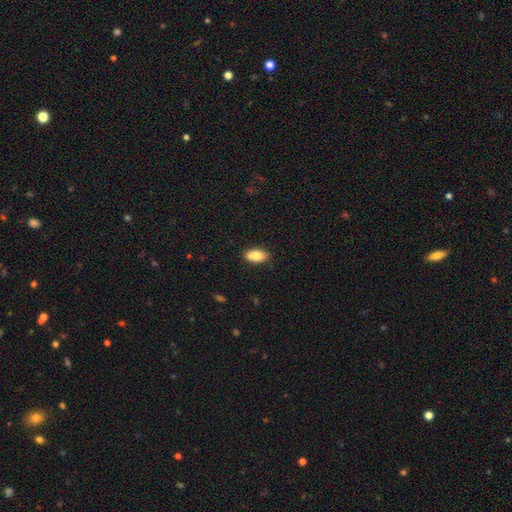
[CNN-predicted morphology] smooth-or-featured: smooth: 81% | featured or disk: 11% | star or artifact: 8%
  how-rounded: in between: 90% | round: 6% | cigar-shaped: 4%
  merging: none: 79% | minor disturbance: 13% | merger: 6% | major disturbance: 2%